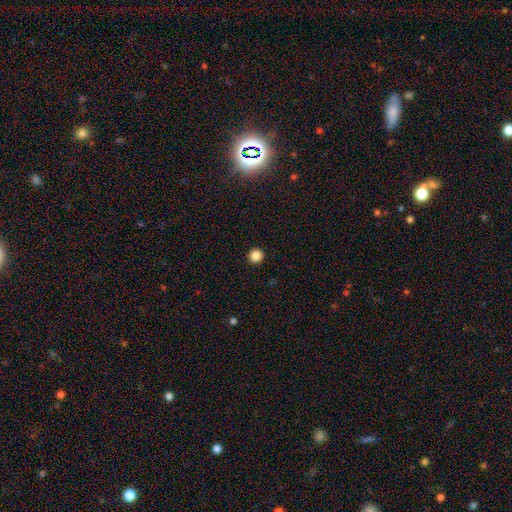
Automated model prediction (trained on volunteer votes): A smooth galaxy with no disk features (86%) that is round (96%).

Vote fractions:
- Smooth or featured? smooth: 86% / star or artifact: 11% / featured or disk: 3%
- How rounded? round: 96% / in between: 3% / cigar-shaped: 1%
- Merging? none: 94% / minor disturbance: 4% / major disturbance: 1% / merger: 1%